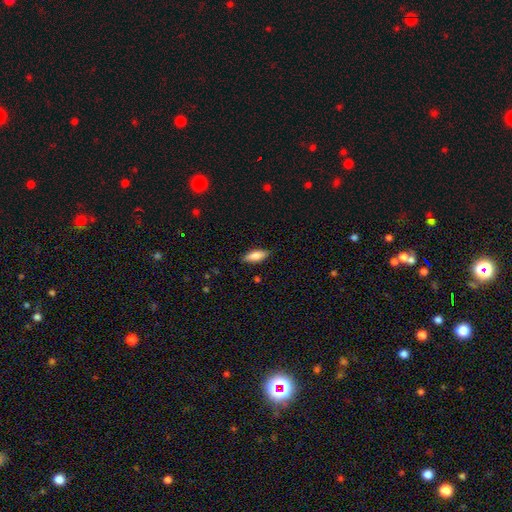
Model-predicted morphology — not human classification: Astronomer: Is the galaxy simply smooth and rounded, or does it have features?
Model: smooth — 80%.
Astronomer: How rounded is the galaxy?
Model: in between — 66%.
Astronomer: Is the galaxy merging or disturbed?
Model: none — 85%.